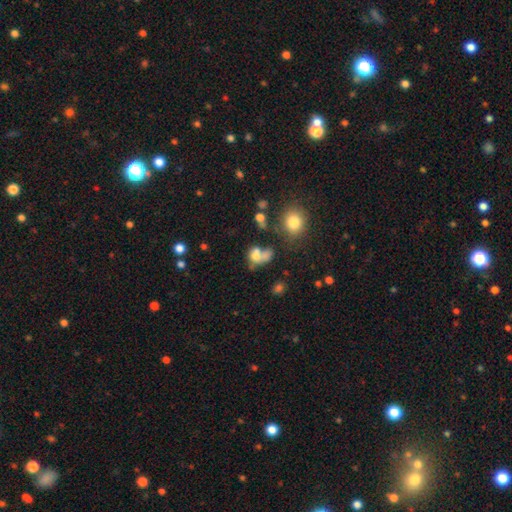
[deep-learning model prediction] smooth-or-featured: smooth: 67% | featured or disk: 18% | star or artifact: 14%
  how-rounded: in between: 54% | round: 44% | cigar-shaped: 2%
  merging: merger: 52% | none: 24% | major disturbance: 12% | minor disturbance: 11%